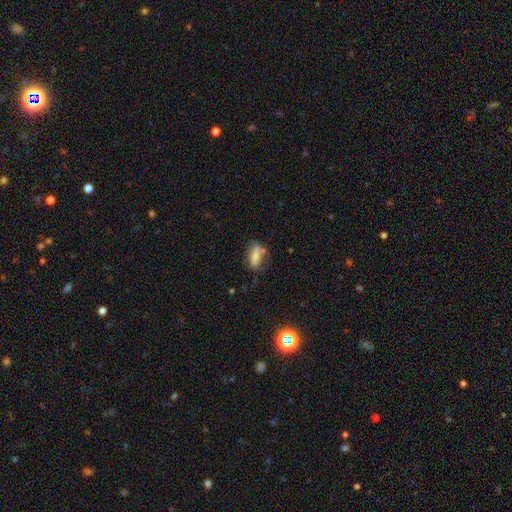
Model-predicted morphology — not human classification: Smooth or featured? smooth (71%)
How rounded? in between (77%)
Merging? none (52%)